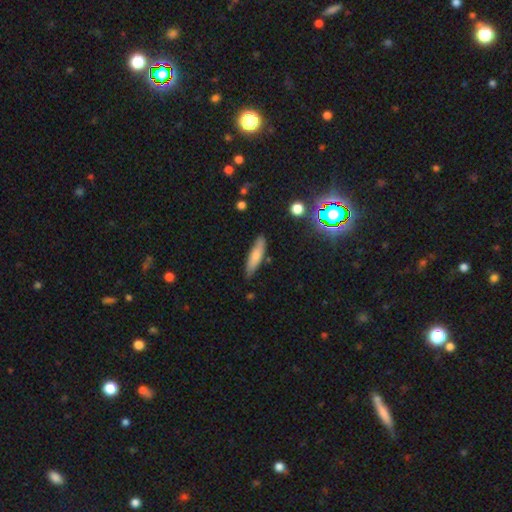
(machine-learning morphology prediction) A smooth galaxy with no disk features (74%) that is cigar-shaped (70%).

Vote fractions:
- Smooth or featured? smooth: 74% / featured or disk: 19% / star or artifact: 7%
- How rounded? cigar-shaped: 70% / in between: 29% / round: 2%
- Merging? none: 80% / minor disturbance: 15% / major disturbance: 3% / merger: 2%